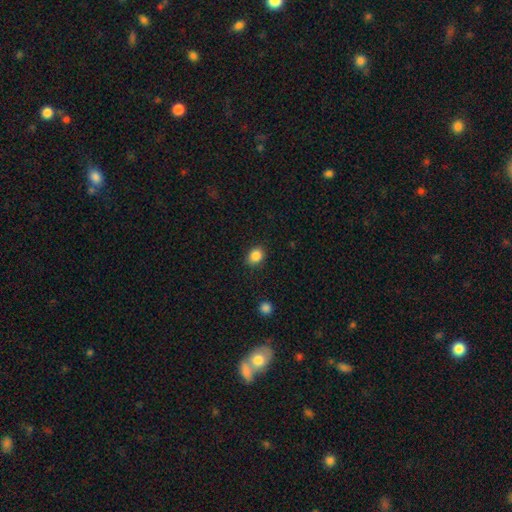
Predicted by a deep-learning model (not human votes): smooth-or-featured: smooth: 86% | star or artifact: 10% | featured or disk: 4%
  how-rounded: in between: 55% | round: 44% | cigar-shaped: 1%
  merging: none: 87% | minor disturbance: 9% | major disturbance: 2% | merger: 1%